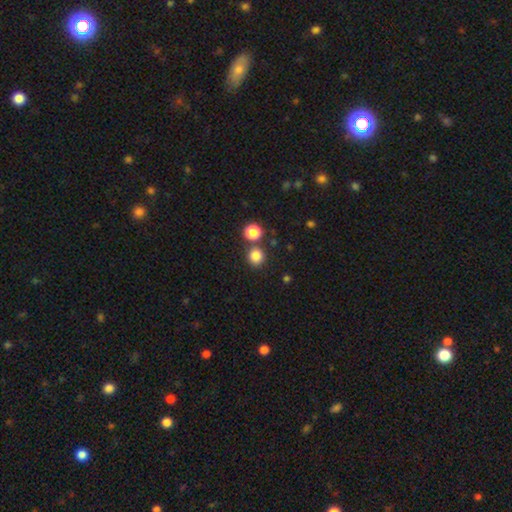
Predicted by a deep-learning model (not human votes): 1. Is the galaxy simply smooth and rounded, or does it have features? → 84% smooth, 12% star or artifact, 4% featured or disk.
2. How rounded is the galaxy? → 90% round, 9% in between, 1% cigar-shaped.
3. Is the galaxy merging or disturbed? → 77% none, 14% merger, 7% minor disturbance, 2% major disturbance.